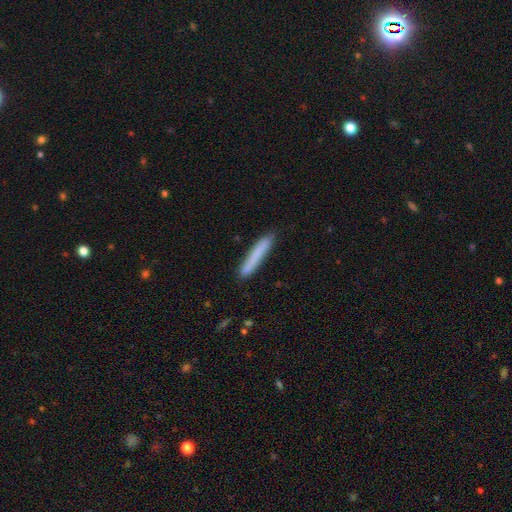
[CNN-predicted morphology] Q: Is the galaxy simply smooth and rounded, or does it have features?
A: smooth — 78%.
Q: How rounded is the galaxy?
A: cigar-shaped — 95%.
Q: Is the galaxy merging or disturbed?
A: none — 86%.